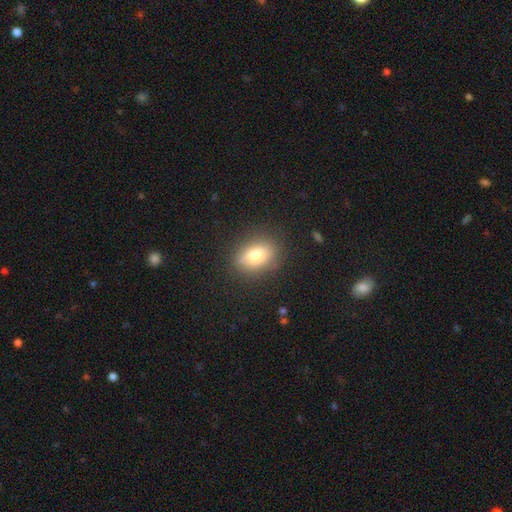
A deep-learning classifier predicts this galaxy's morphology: smooth_or_featured: smooth (p=0.76) [alt: featured or disk p=0.14]
how_rounded: in between (p=0.72) [alt: round p=0.24]
merging: none (p=0.83) [alt: minor disturbance p=0.12]